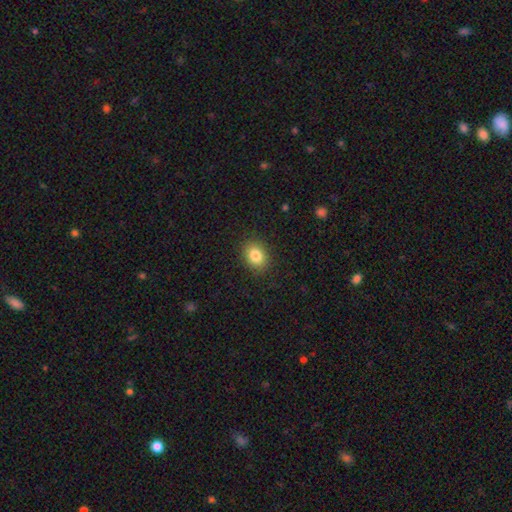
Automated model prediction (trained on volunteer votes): This appears to be a smooth galaxy with no disk features (83%) that is in between round and cigar-shaped (57%). Merging: none (88%).